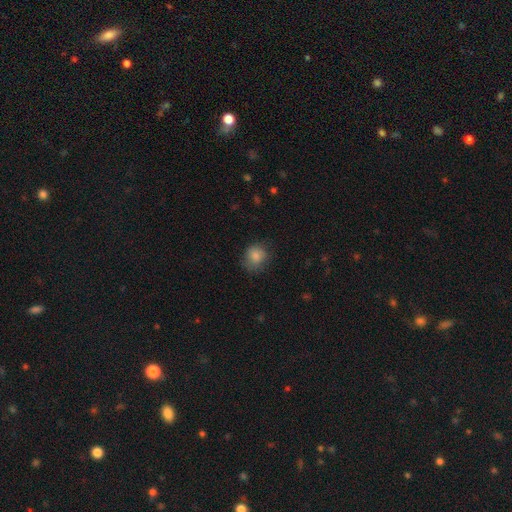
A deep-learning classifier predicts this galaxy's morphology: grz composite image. It shows a smooth galaxy with no disk features (84%) that is round (78%). Merging: none (74%).